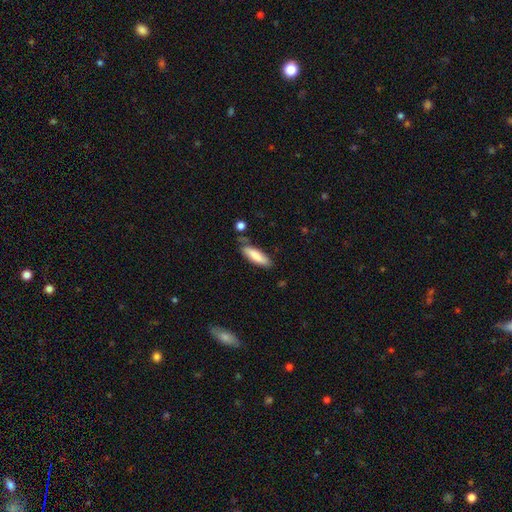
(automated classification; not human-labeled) A smooth galaxy with no disk features (80%) that is cigar-shaped (53%).

Vote fractions:
- Smooth or featured? smooth: 80% / featured or disk: 14% / star or artifact: 6%
- How rounded? cigar-shaped: 53% / in between: 45% / round: 2%
- Merging? none: 73% / minor disturbance: 19% / merger: 5% / major disturbance: 4%